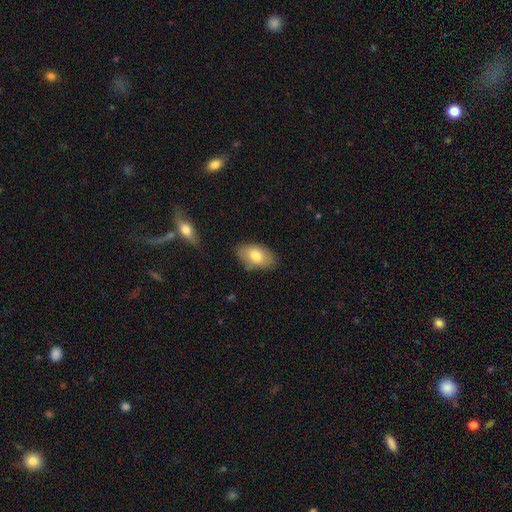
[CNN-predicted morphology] Overall: smooth (77%). How rounded: in between (93%). Merging: none (78%).